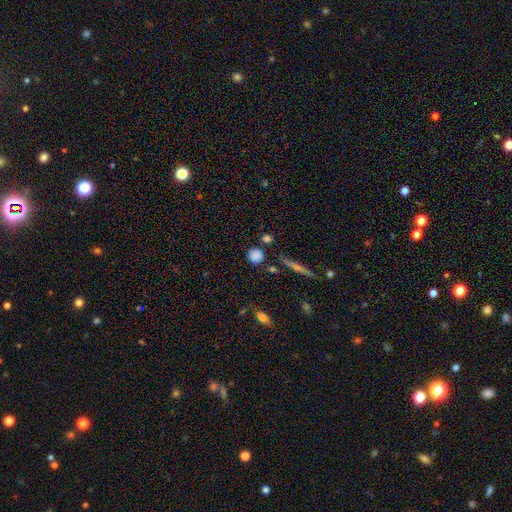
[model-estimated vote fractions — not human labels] Overall: smooth (83%). How rounded: round (89%). Merging: none (81%).